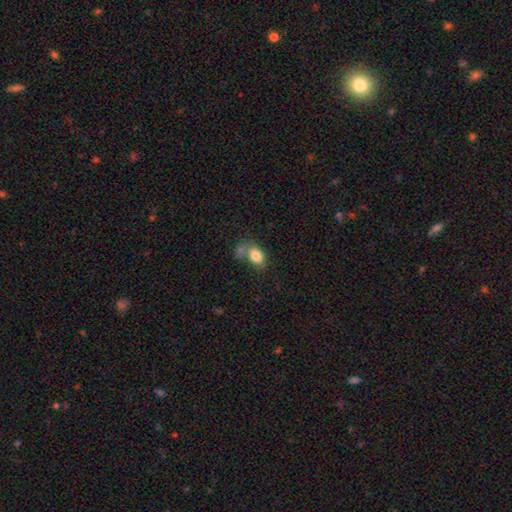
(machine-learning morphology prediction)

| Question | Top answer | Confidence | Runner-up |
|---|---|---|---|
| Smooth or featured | smooth | 81% | featured or disk (10%) |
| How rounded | in between | 78% | round (20%) |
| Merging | none | 37% | merger (32%) |